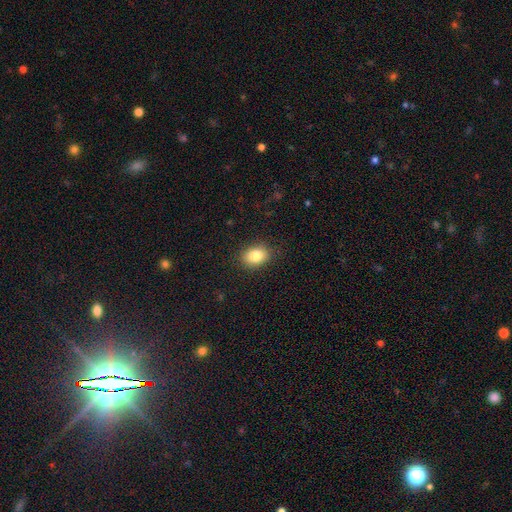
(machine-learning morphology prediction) The model was most divided on "how rounded": in between: 72%, round: 27%, cigar-shaped: 1%. More confident: merging — none (86%); smooth or featured — smooth (85%).